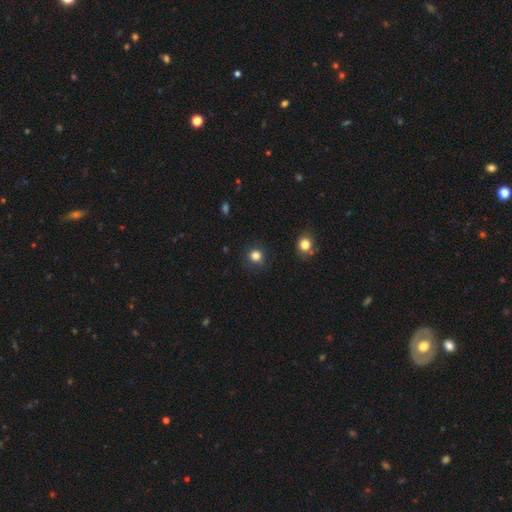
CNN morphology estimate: smooth-or-featured: smooth: 82% | star or artifact: 14% | featured or disk: 5%
  how-rounded: round: 88% | in between: 11% | cigar-shaped: 1%
  merging: none: 83% | minor disturbance: 11% | major disturbance: 4% | merger: 2%